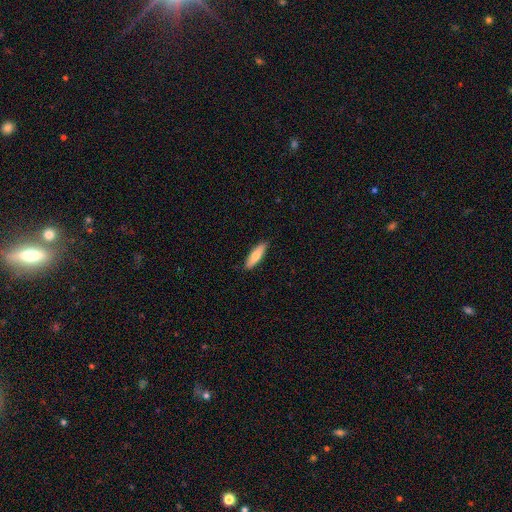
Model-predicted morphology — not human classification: A smooth galaxy with no disk features (78%) that is cigar-shaped (61%).

Vote fractions:
- Smooth or featured? smooth: 78% / featured or disk: 17% / star or artifact: 6%
- How rounded? cigar-shaped: 61% / in between: 38% / round: 2%
- Merging? none: 88% / minor disturbance: 9% / major disturbance: 2% / merger: 1%